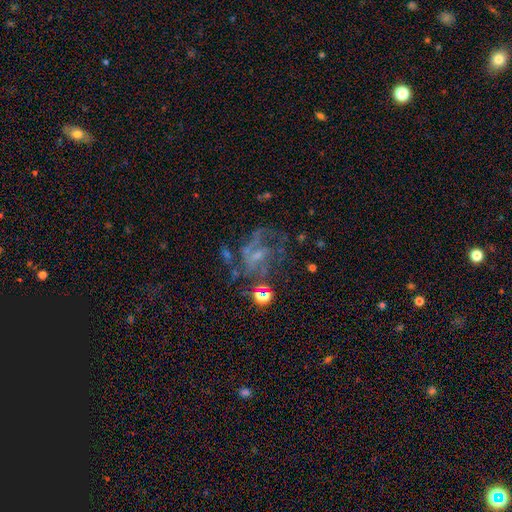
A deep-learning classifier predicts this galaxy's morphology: Smooth or featured? featured or disk (68%)
Edge-on disk? no (97%)
Bar? no (49%)
Spiral arms? yes (71%)
Bulge size? small (51%)
Merging? none (41%)